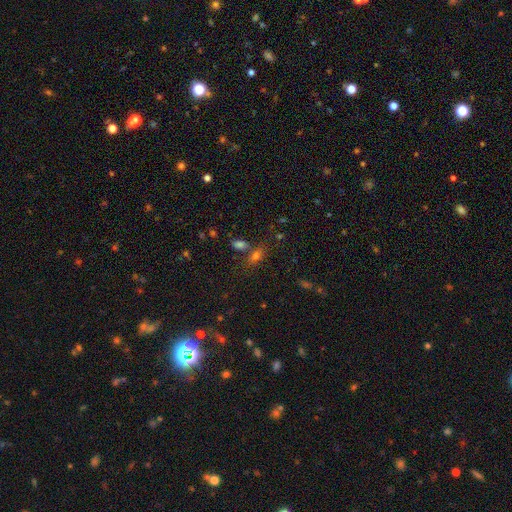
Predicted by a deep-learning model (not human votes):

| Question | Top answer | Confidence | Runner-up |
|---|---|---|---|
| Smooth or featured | smooth | 64% | star or artifact (24%) |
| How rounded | in between | 75% | round (15%) |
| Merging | none | 61% | merger (23%) |